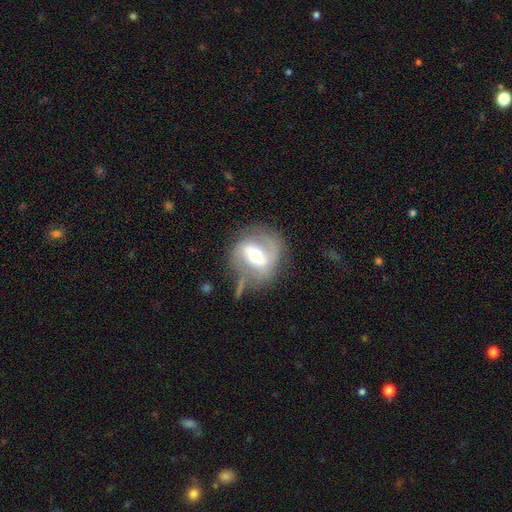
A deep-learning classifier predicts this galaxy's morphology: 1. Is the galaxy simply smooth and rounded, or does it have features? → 70% featured or disk, 23% smooth, 7% star or artifact.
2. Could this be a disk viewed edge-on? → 95% no, 5% yes.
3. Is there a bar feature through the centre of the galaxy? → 42% strong, 40% weak, 18% no.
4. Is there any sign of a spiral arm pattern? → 75% yes, 25% no.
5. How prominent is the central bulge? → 70% moderate, 14% large, 13% small, 2% dominant, 1% none.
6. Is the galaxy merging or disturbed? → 60% none, 20% minor disturbance, 14% major disturbance, 6% merger.